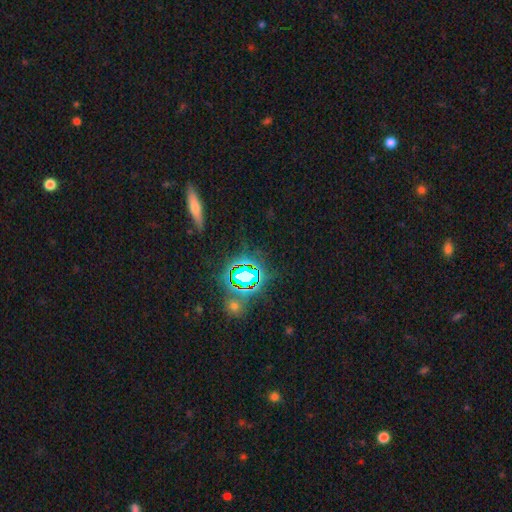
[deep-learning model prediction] Smooth or featured: star or artifact — 60% (smooth — 26%)